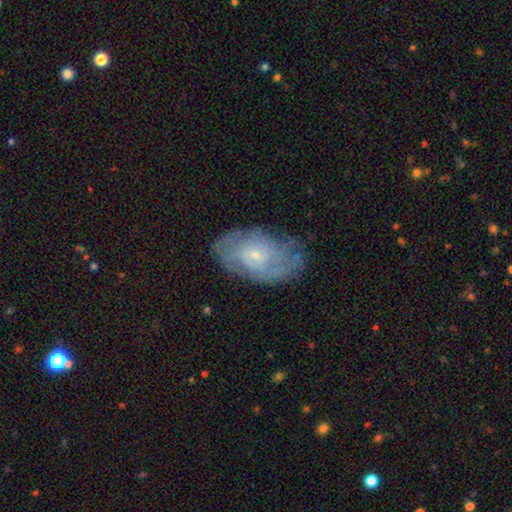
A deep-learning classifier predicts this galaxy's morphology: Q: Smooth or featured?
A: featured or disk (63%); runner-up: smooth (30%)
Q: Edge-on disk?
A: no (95%); runner-up: yes (5%)
Q: Bar?
A: no (59%); runner-up: weak (36%)
Q: Spiral arms?
A: yes (77%); runner-up: no (23%)
Q: Bulge size?
A: small (70%); runner-up: moderate (23%)
Q: Merging?
A: none (65%); runner-up: minor disturbance (24%)